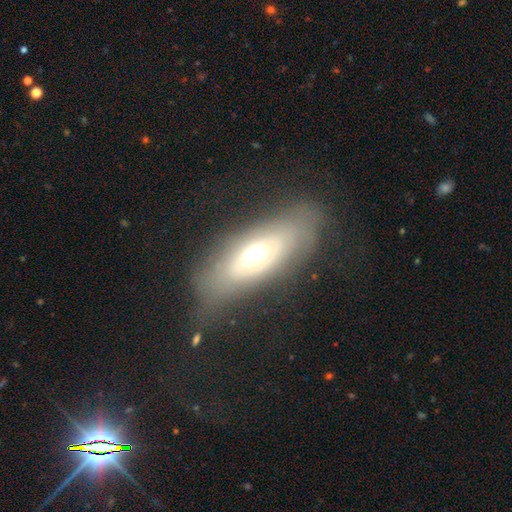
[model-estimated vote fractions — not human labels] Smooth or featured? featured or disk (48%)
Merging? none (60%)